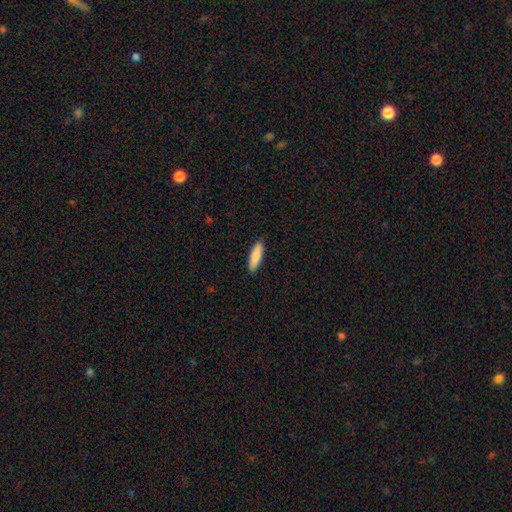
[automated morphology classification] Smooth or featured: smooth — 86% (featured or disk — 8%)
How rounded: cigar-shaped — 62% (in between — 36%)
Merging: none — 90% (minor disturbance — 7%)